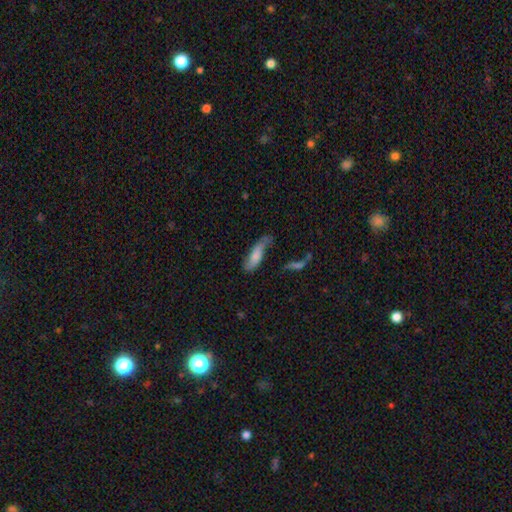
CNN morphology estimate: Smooth or featured?
  - smooth: 66% *
  - featured or disk: 27%
  - star or artifact: 7%
How rounded?
  - in between: 58% *
  - cigar-shaped: 39%
  - round: 2%
Merging?
  - none: 50% *
  - minor disturbance: 29%
  - major disturbance: 14%
  - merger: 7%